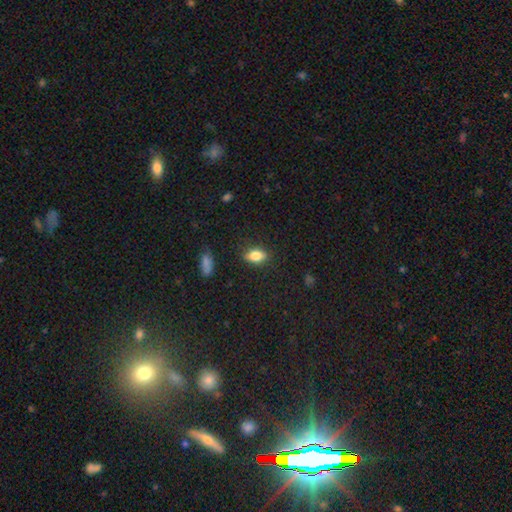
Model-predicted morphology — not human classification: A smooth galaxy with no disk features (79%) that is in between round and cigar-shaped (81%). Merging: none (83%).